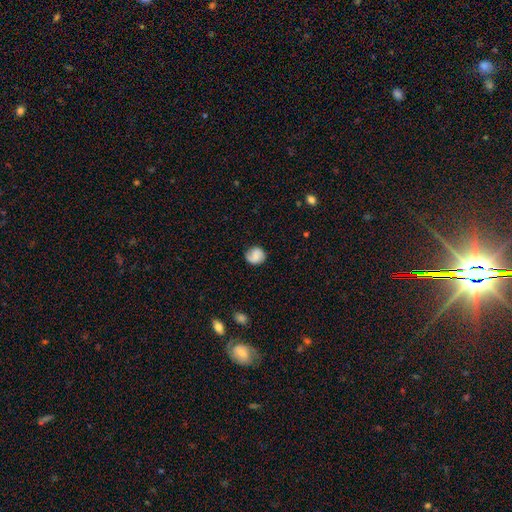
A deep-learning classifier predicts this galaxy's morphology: Overall: smooth (59%; featured or disk 32%). How rounded: round (82%). Merging: none (77%).